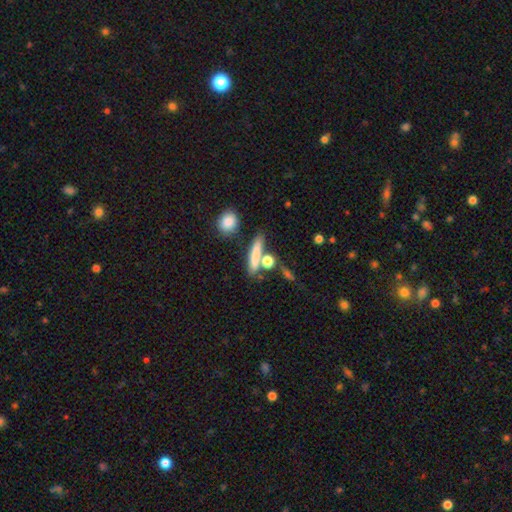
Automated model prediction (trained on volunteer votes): smooth_or_featured: smooth (p=0.73) [alt: featured or disk p=0.17]
how_rounded: cigar-shaped (p=0.68) [alt: in between p=0.18]
merging: none (p=0.67) [alt: merger p=0.17]